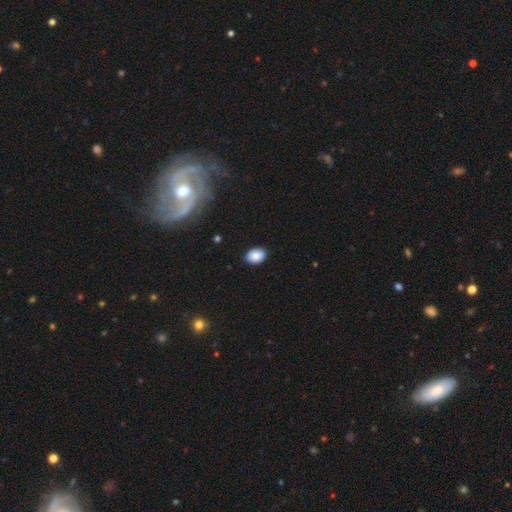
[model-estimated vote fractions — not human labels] Smooth or featured? smooth (86%)
How rounded? in between (79%)
Merging? none (88%)